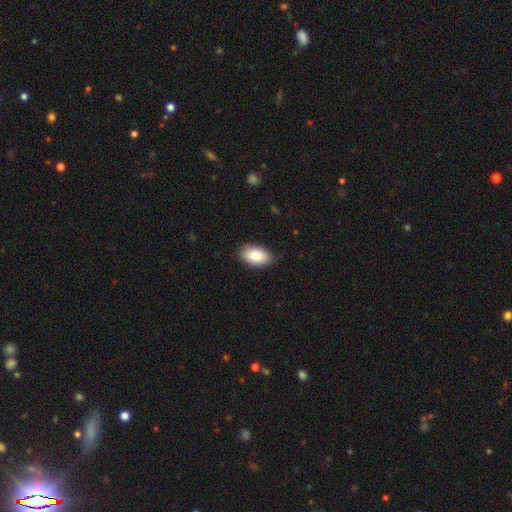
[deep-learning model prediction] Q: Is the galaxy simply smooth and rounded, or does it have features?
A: smooth — 83%.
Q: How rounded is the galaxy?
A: in between — 93%.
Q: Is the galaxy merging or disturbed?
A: none — 83%.